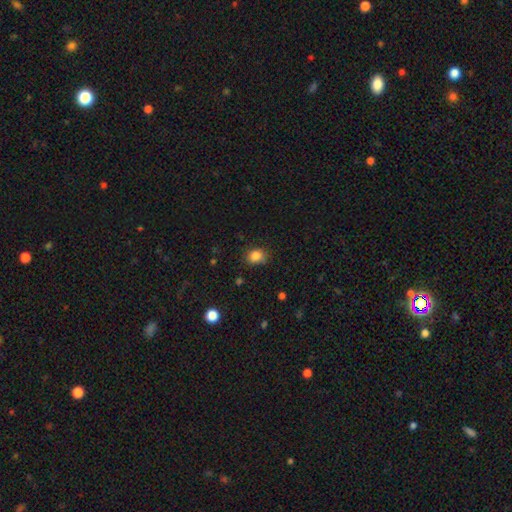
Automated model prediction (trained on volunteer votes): smooth 84%, star or artifact 11%, featured or disk 5%. Down the decision tree: how rounded — round (58%); merging — none (76%).